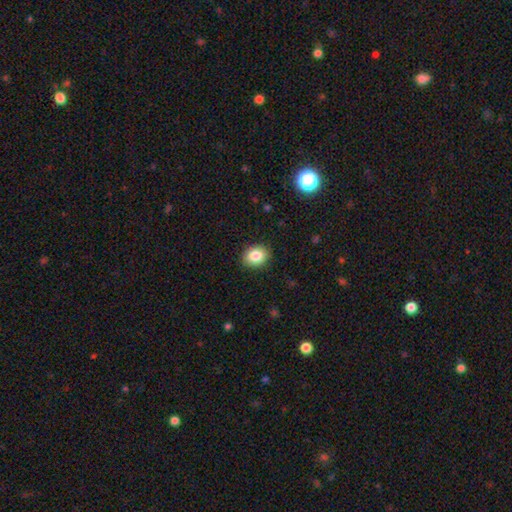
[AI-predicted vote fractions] This is clearly a smooth galaxy (85%). How rounded: possibly round (51%). Merging: clearly none (90%).